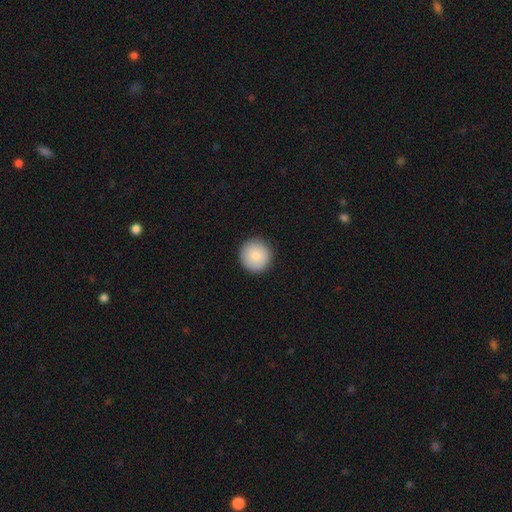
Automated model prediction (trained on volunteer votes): smooth-or-featured: smooth: 84% | featured or disk: 9% | star or artifact: 7%
  how-rounded: round: 96% | in between: 3% | cigar-shaped: 1%
  merging: none: 92% | minor disturbance: 6% | major disturbance: 2% | merger: 1%